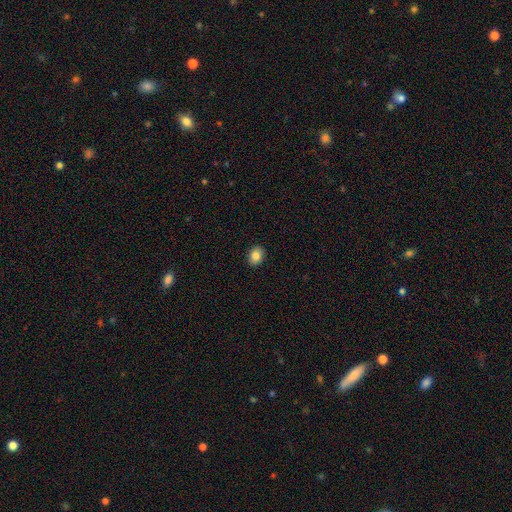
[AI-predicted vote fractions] smooth-or-featured: smooth: 84% | star or artifact: 9% | featured or disk: 7%
  how-rounded: in between: 59% | round: 40% | cigar-shaped: 1%
  merging: none: 91% | minor disturbance: 7% | major disturbance: 2% | merger: 1%